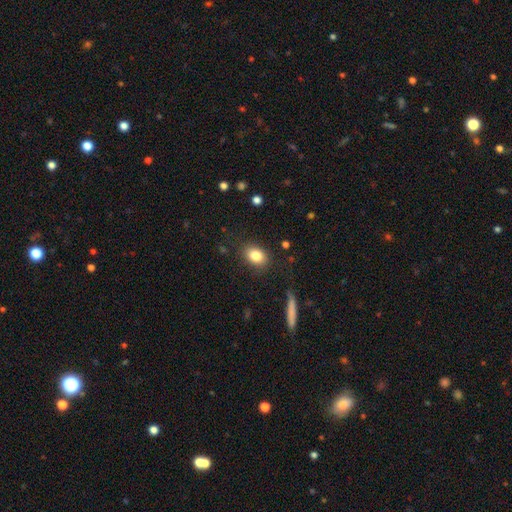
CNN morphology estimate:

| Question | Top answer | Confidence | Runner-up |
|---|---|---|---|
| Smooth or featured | smooth | 83% | star or artifact (9%) |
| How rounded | in between | 71% | round (28%) |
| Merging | none | 84% | minor disturbance (11%) |